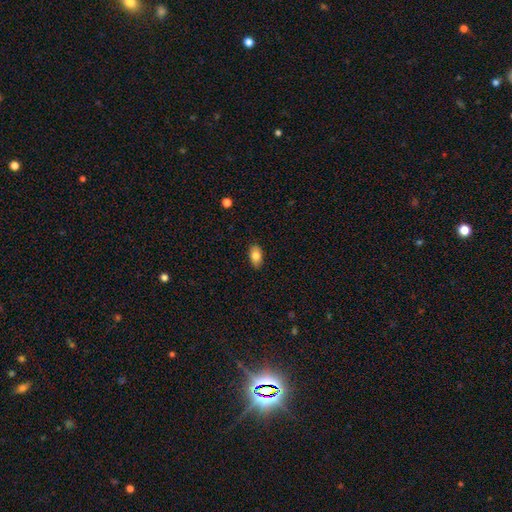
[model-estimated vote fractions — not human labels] Q: Smooth or featured?
A: smooth (82%); runner-up: featured or disk (11%)
Q: How rounded?
A: in between (91%); runner-up: round (6%)
Q: Merging?
A: none (88%); runner-up: minor disturbance (9%)